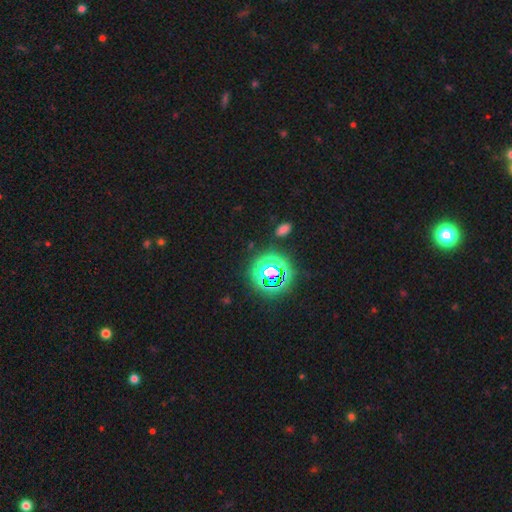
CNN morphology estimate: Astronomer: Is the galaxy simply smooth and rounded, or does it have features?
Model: star or artifact — 75%.